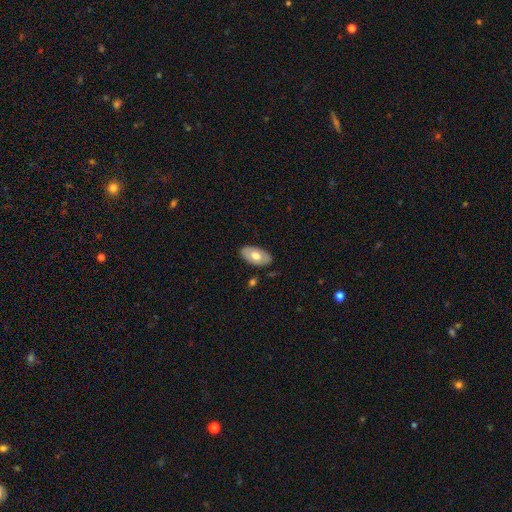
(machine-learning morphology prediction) smooth_or_featured: smooth (p=0.60) [alt: featured or disk p=0.34]
how_rounded: in between (p=0.94) [alt: round p=0.04]
merging: none (p=0.84) [alt: minor disturbance p=0.12]